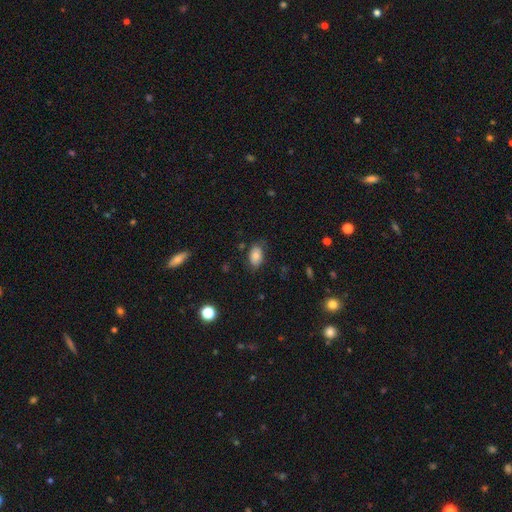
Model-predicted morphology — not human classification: Overall: smooth (77%). How rounded: in between (88%). Merging: none (72%).